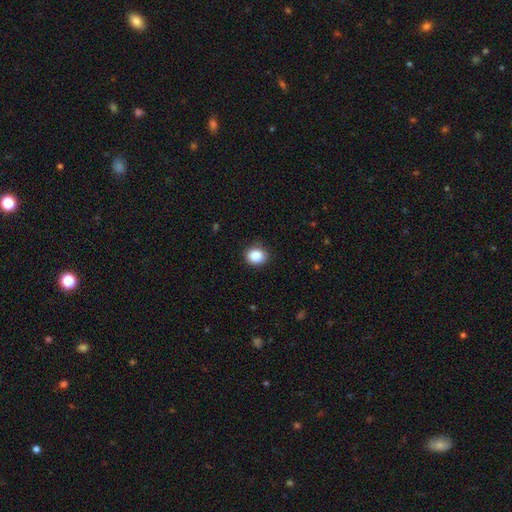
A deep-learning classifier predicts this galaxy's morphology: Smooth or featured: smooth — 88% (star or artifact — 9%)
How rounded: round — 67% (in between — 32%)
Merging: none — 86% (minor disturbance — 10%)